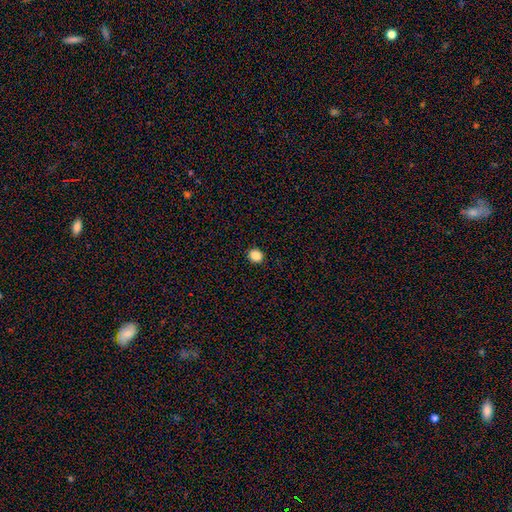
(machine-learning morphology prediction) Smooth or featured?
  - smooth: 87% *
  - star or artifact: 10%
  - featured or disk: 3%
How rounded?
  - round: 82% *
  - in between: 17%
  - cigar-shaped: 1%
Merging?
  - none: 92% *
  - minor disturbance: 5%
  - major disturbance: 2%
  - merger: 1%